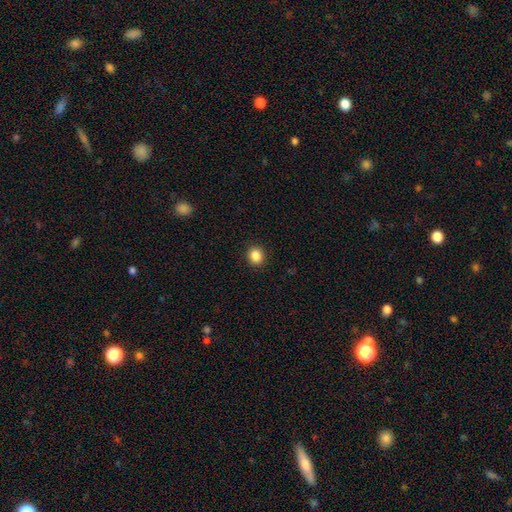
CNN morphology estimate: The model was most divided on "how rounded": round: 74%, in between: 25%, cigar-shaped: 1%. More confident: merging — none (91%); smooth or featured — smooth (86%).